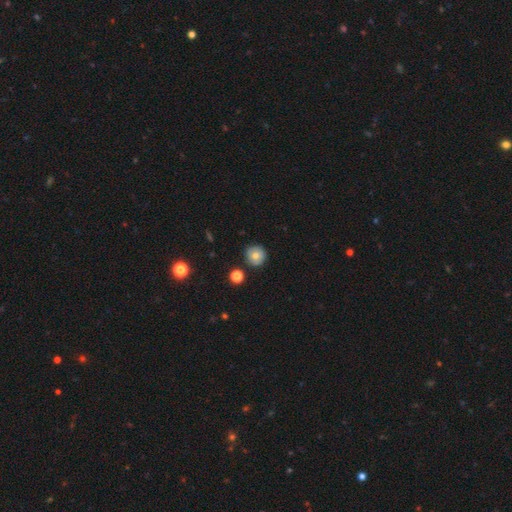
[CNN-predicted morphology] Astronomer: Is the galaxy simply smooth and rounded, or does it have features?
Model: smooth — 69%.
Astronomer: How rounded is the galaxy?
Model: round — 95%.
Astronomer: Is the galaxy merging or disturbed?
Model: none — 87%.